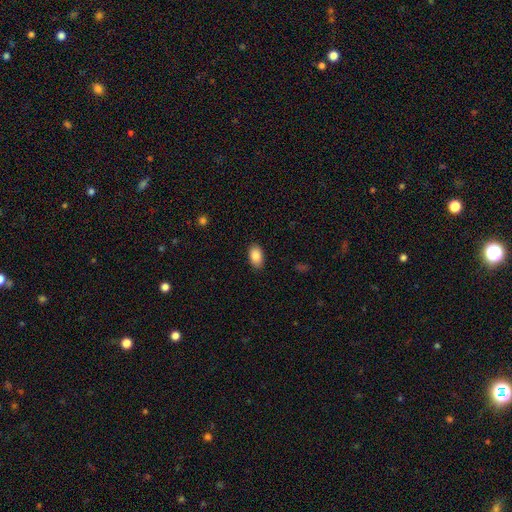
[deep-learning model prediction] smooth 88%, star or artifact 7%, featured or disk 5%. Down the decision tree: how rounded — in between (93%); merging — none (88%).